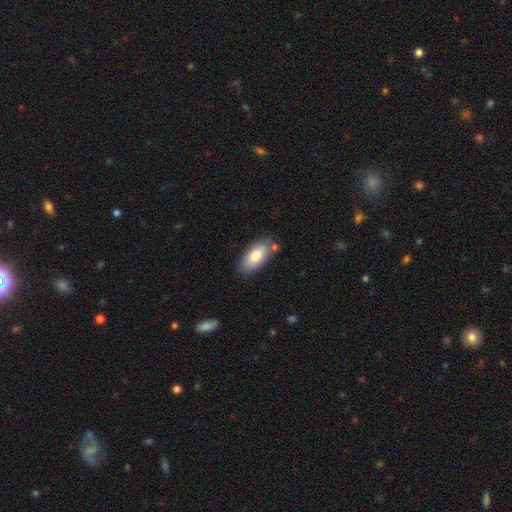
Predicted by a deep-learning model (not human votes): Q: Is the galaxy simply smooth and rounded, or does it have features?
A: smooth — 79%.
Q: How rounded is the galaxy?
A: in between — 90%.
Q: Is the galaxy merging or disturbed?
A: none — 77%.